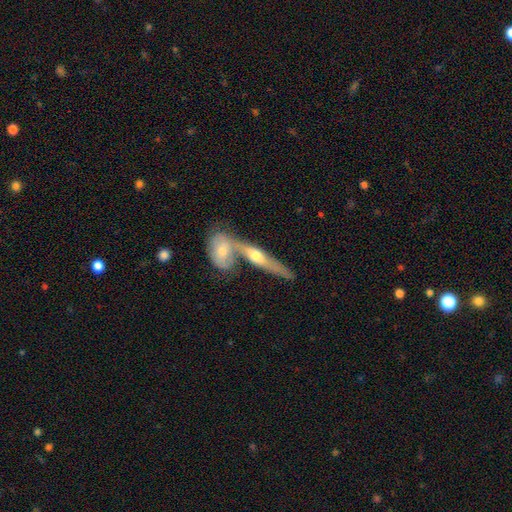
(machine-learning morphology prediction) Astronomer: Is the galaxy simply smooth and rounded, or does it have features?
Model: featured or disk — 59% (runner-up: smooth, 35%).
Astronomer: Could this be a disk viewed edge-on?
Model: yes — 79%.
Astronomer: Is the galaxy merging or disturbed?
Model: merger — 51% (runner-up: none, 34%).